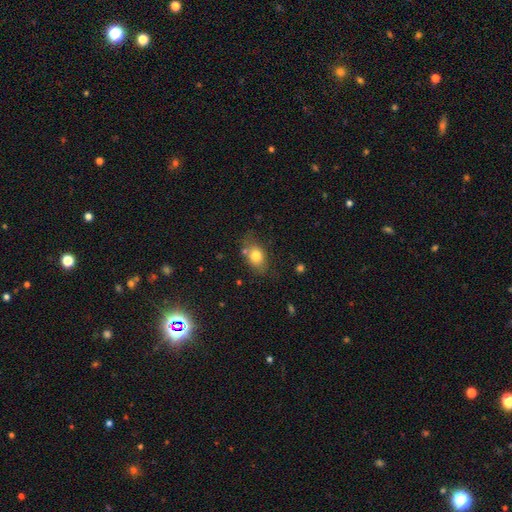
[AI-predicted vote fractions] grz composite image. It shows a smooth galaxy with no disk features (77%) that is in between round and cigar-shaped (75%). Merging: none (66%).